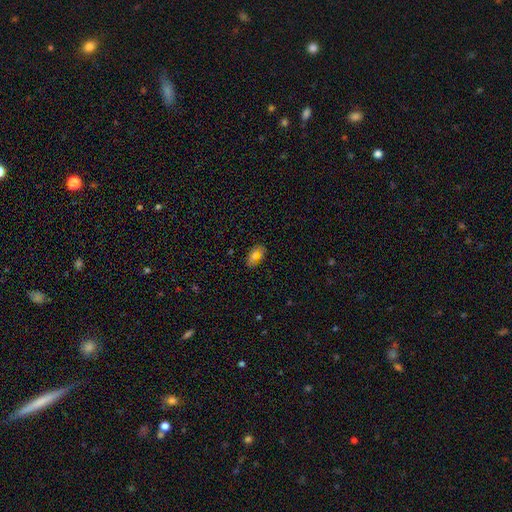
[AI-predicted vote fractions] smooth-or-featured: smooth: 69% | featured or disk: 18% | star or artifact: 13%
  how-rounded: in between: 92% | round: 5% | cigar-shaped: 3%
  merging: none: 85% | minor disturbance: 11% | major disturbance: 2% | merger: 1%